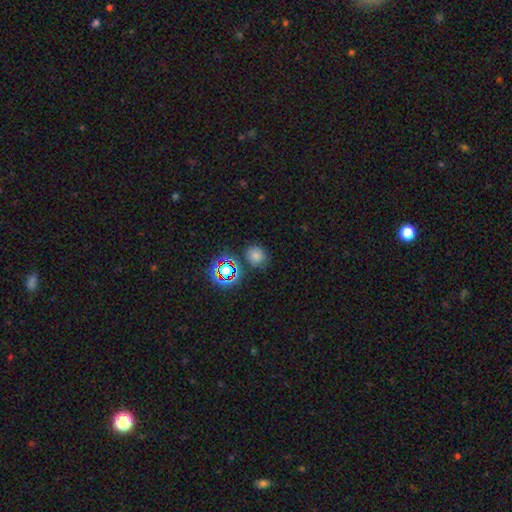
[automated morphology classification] smooth 68%, star or artifact 25%, featured or disk 7%. Down the decision tree: how rounded — round (78%); merging — none (78%).